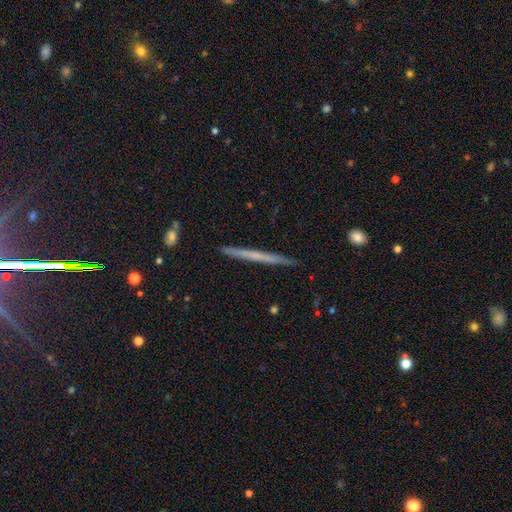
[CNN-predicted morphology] Smooth or featured: featured or disk — 52% (smooth — 42%)
Edge-on disk: yes — 97% (no — 3%)
Edge-on bulge: none — 85% (rounded — 11%)
Merging: none — 91% (minor disturbance — 6%)